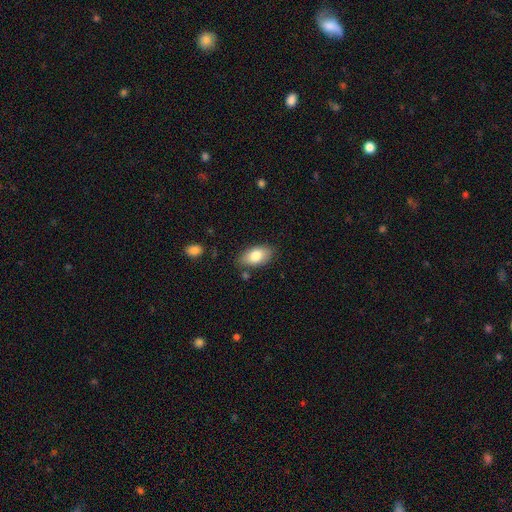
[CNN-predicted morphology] The model was most divided on "merging": none: 80%, minor disturbance: 14%, major disturbance: 3%, merger: 2%. More confident: how rounded — in between (93%); smooth or featured — smooth (80%).